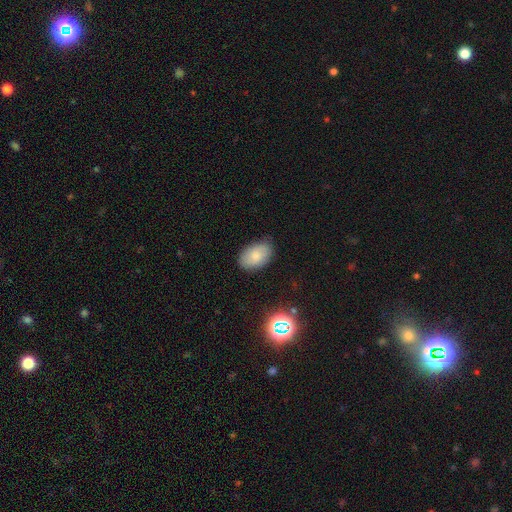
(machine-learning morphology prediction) Overall: smooth (77%). How rounded: in between (89%). Merging: none (81%).